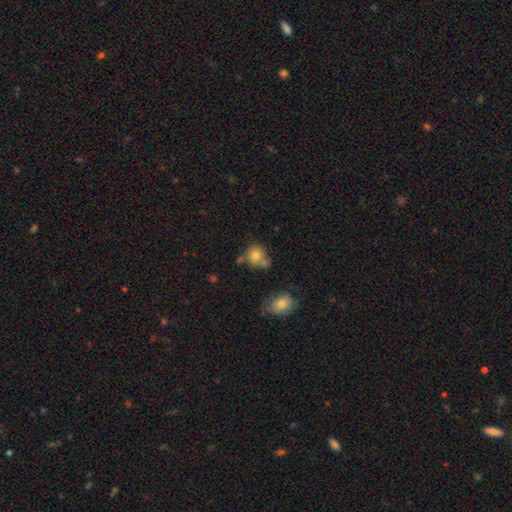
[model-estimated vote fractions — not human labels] Smooth or featured? Predicted: smooth (p=0.79). How rounded? Predicted: round (p=0.78). Merging? Predicted: none (p=0.54).